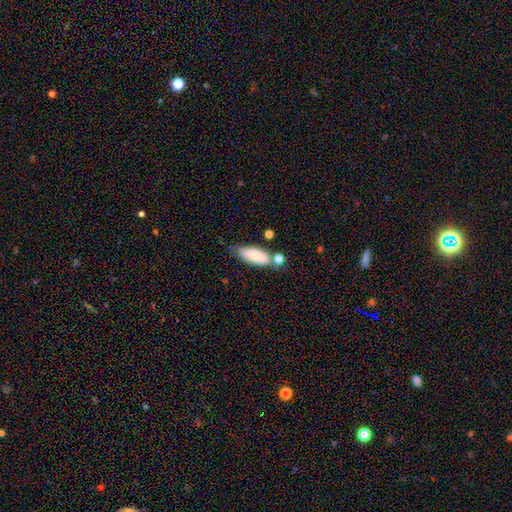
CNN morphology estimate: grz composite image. It shows a smooth galaxy with no disk features (75%) that is in between round and cigar-shaped (78%). Merging: none (55%).